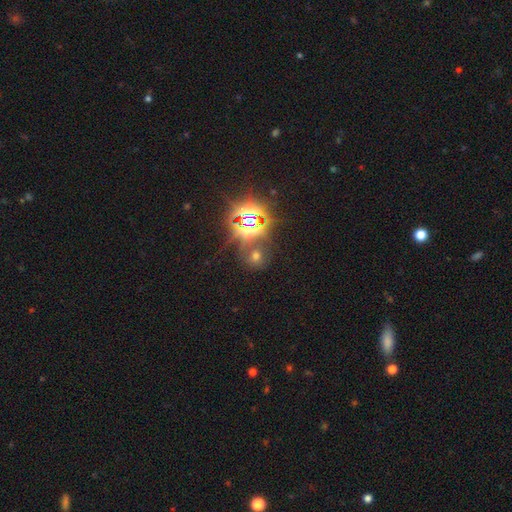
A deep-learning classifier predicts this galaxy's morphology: type=star or artifact (53%).